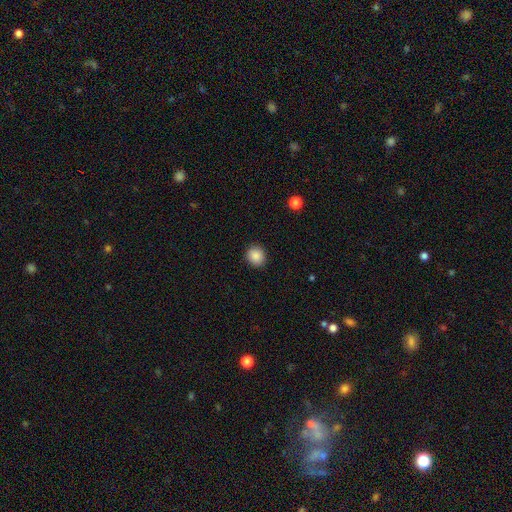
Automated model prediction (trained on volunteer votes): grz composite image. It shows a smooth galaxy with no disk features (87%) that is round (85%). Merging: none (91%).